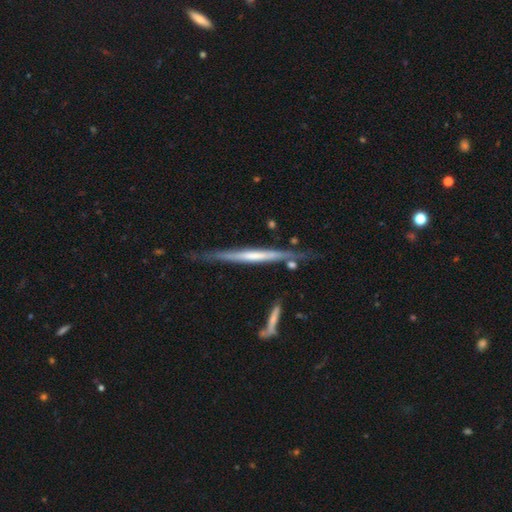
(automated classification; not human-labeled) smooth-or-featured: featured or disk: 69% | smooth: 25% | star or artifact: 5%
  disk-edge-on: yes: 95% | no: 5%
    edge-on-bulge: none: 67% | rounded: 20% | boxy: 13%
  merging: none: 73% | minor disturbance: 18% | merger: 4% | major disturbance: 4%